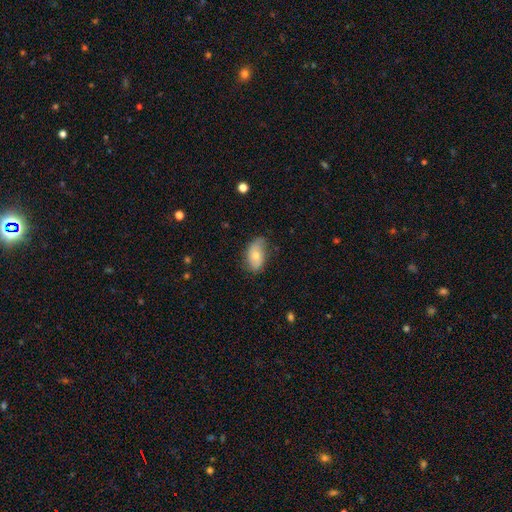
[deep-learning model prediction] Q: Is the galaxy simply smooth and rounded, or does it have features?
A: smooth — 64%.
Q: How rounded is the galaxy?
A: in between — 91%.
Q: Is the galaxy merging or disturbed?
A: none — 65%.